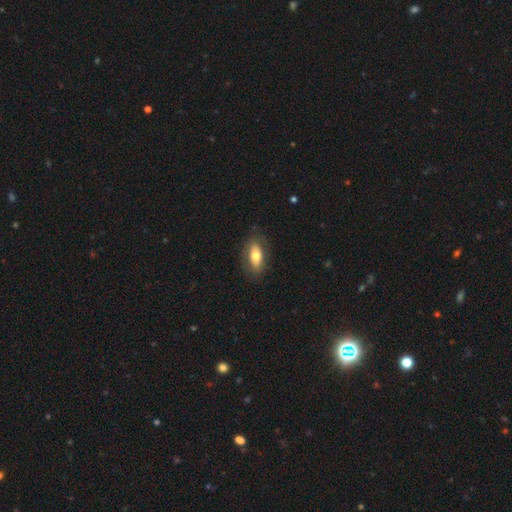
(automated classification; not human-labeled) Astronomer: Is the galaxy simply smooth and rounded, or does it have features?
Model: smooth — 68%.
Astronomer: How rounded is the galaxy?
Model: in between — 83%.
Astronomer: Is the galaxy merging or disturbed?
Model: none — 84%.